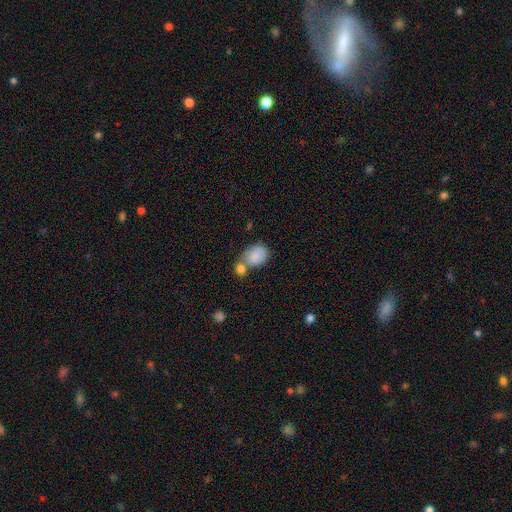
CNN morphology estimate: Smooth or featured: smooth — 83% (featured or disk — 9%)
How rounded: in between — 70% (round — 29%)
Merging: merger — 44% (none — 37%)